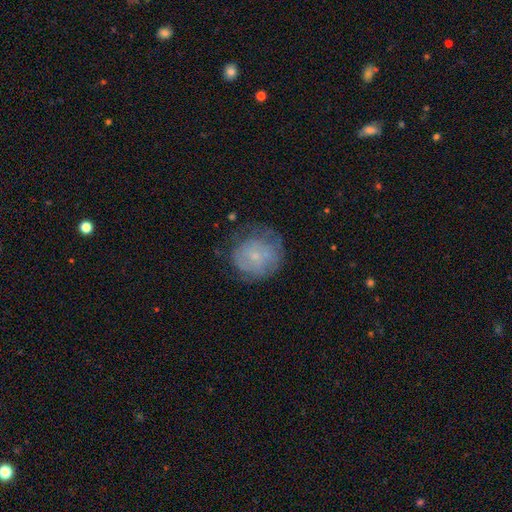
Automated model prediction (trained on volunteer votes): Morphology: type=smooth (50%); merging=none (58%).